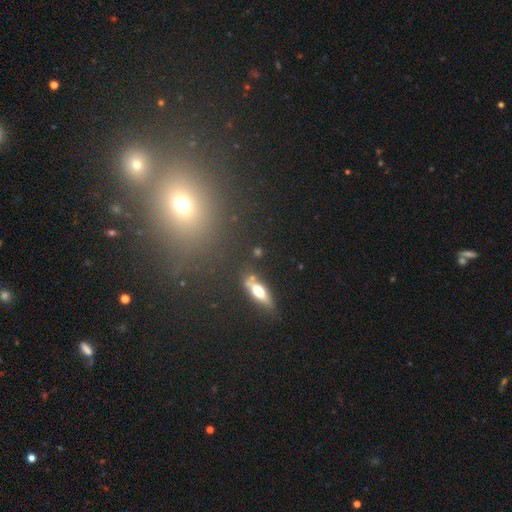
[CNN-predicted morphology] Q: Smooth or featured?
A: smooth (39%); runner-up: star or artifact (37%)
Q: Merging?
A: none (75%); runner-up: merger (11%)